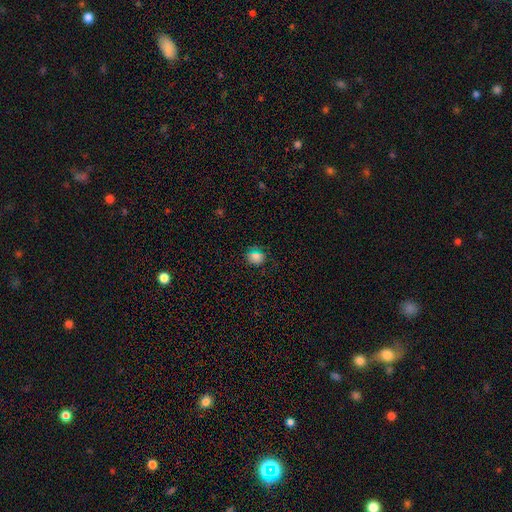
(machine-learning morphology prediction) smooth_or_featured: smooth (p=0.72) [alt: star or artifact p=0.21]
how_rounded: round (p=0.64) [alt: in between p=0.34]
merging: none (p=0.79) [alt: minor disturbance p=0.15]